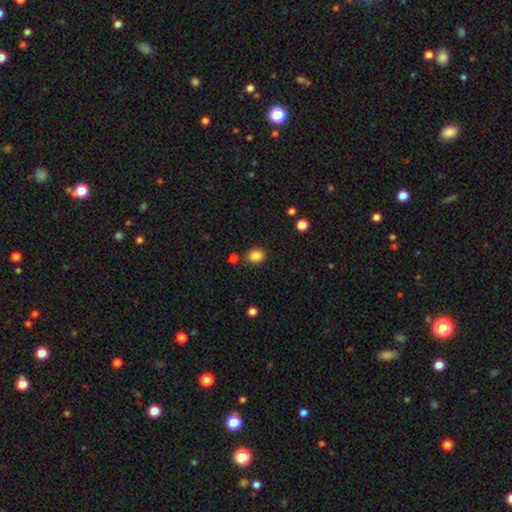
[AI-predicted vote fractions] The model was most divided on "how rounded": round: 51%, in between: 49%, cigar-shaped: 1%. More confident: smooth or featured — smooth (86%); merging — none (78%).